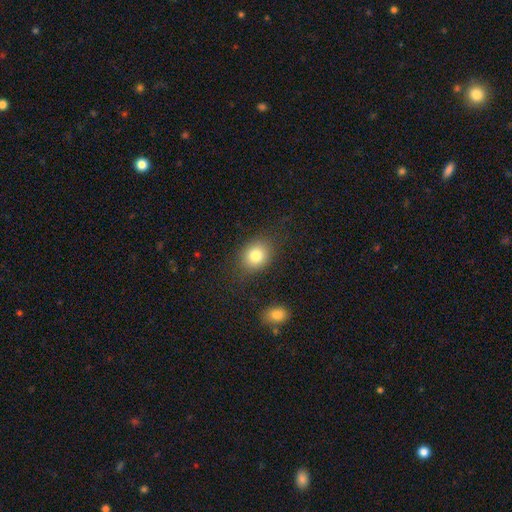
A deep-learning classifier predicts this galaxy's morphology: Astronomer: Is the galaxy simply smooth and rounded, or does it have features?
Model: smooth — 80%.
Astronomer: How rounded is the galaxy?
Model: round — 57% (runner-up: in between, 42%).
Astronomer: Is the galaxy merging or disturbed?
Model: none — 81%.